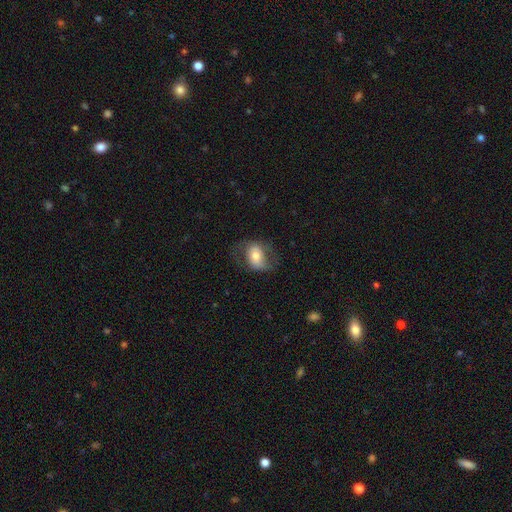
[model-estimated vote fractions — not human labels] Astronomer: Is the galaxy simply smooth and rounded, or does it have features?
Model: smooth — 49% (runner-up: featured or disk, 43%).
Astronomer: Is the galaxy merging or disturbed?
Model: none — 64%.